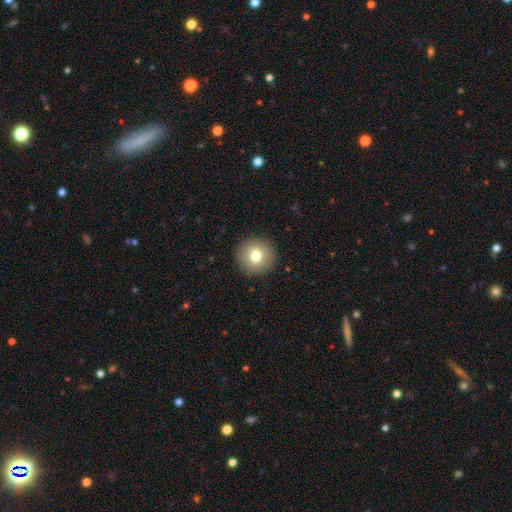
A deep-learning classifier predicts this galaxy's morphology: Overall: smooth (77%). How rounded: round (93%). Merging: none (91%).